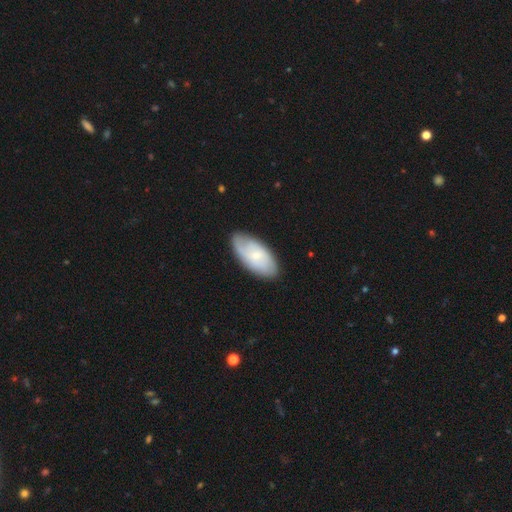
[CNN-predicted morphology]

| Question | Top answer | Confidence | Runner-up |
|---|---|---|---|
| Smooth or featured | smooth | 53% | featured or disk (41%) |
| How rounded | in between | 92% | cigar-shaped (5%) |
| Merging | none | 77% | minor disturbance (18%) |